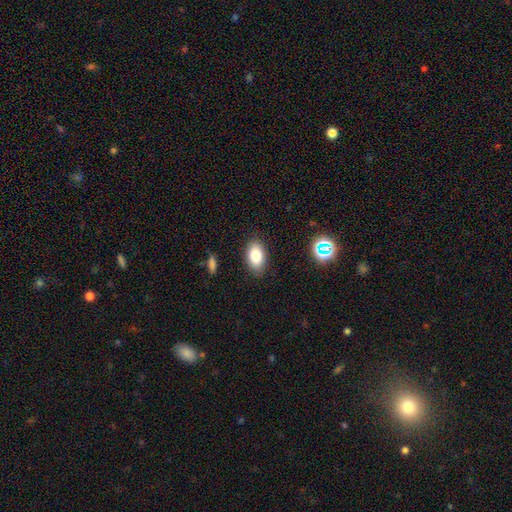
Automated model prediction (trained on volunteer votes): Overall: smooth (80%). How rounded: in between (91%). Merging: none (86%).